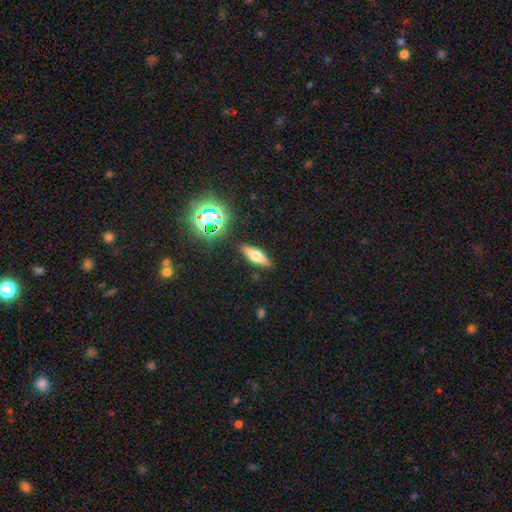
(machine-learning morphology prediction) type=featured or disk (44%, tied with smooth); merging=none (87%).